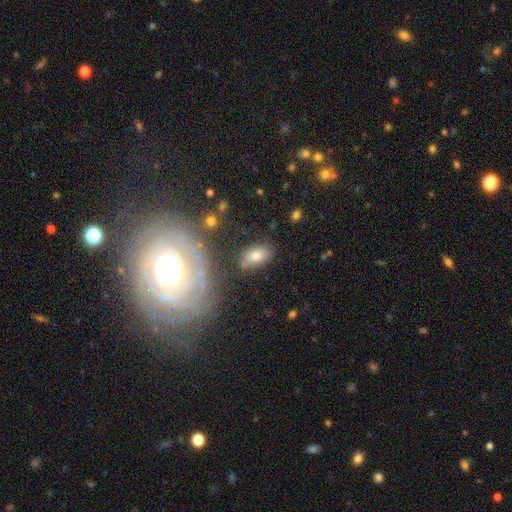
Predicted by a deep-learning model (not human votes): Smooth or featured?
  - smooth: 70% *
  - featured or disk: 20%
  - star or artifact: 10%
How rounded?
  - in between: 89% *
  - round: 8%
  - cigar-shaped: 3%
Merging?
  - none: 75% *
  - minor disturbance: 15%
  - merger: 5%
  - major disturbance: 5%